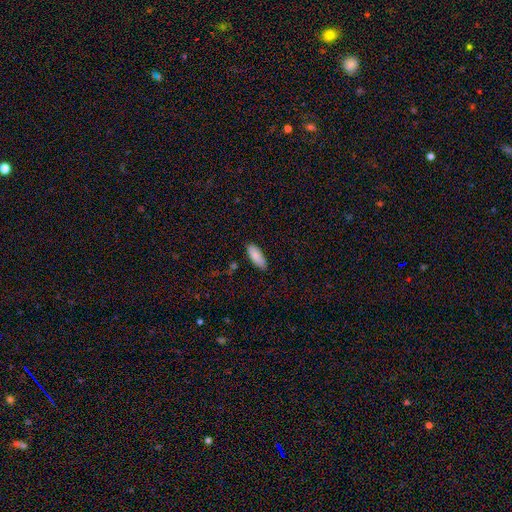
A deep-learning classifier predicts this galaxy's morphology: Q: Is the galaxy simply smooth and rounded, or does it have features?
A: smooth — 87%.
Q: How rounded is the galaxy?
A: in between — 77%.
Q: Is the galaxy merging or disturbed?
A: none — 83%.